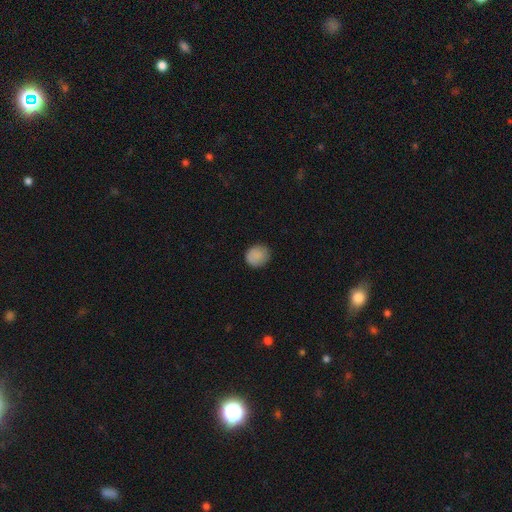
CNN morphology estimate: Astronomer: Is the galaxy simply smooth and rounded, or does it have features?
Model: smooth — 88%.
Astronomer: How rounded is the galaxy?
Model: round — 76%.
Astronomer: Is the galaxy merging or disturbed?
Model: none — 85%.